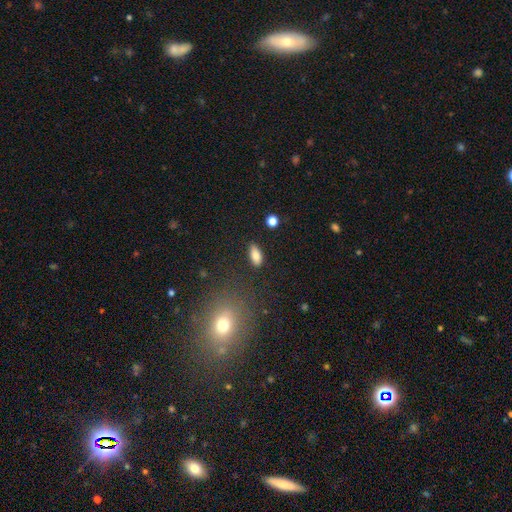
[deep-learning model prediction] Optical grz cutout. It shows a smooth galaxy with no disk features (84%) that is in between round and cigar-shaped (85%). Merging: none (86%).